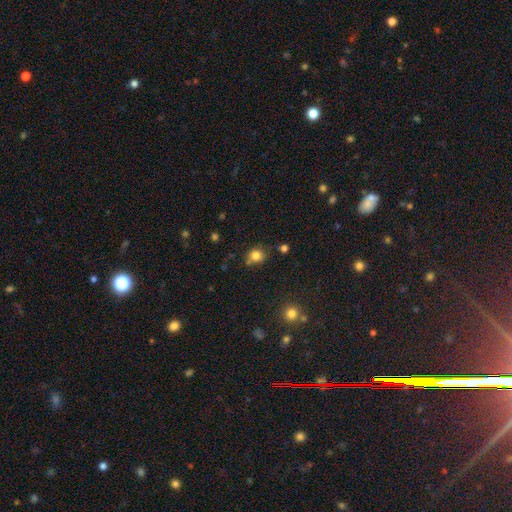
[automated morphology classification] A smooth galaxy with no disk features (82%) that is round (78%).

Vote fractions:
- Smooth or featured? smooth: 82% / star or artifact: 13% / featured or disk: 6%
- How rounded? round: 78% / in between: 21% / cigar-shaped: 1%
- Merging? none: 71% / minor disturbance: 16% / merger: 9% / major disturbance: 4%